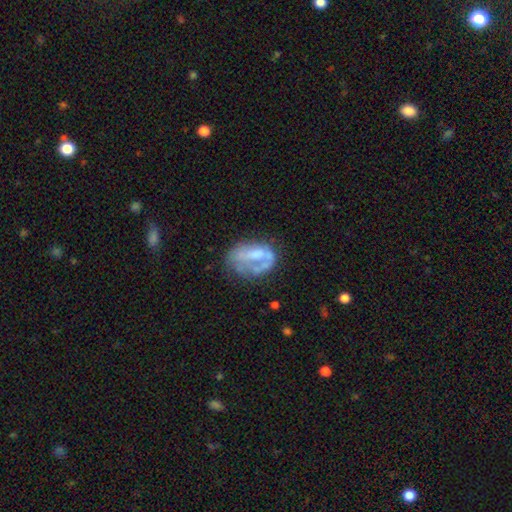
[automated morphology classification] featured or disk 53%, smooth 37%, star or artifact 9%. Down the decision tree: edge-on disk — no (97%); bar — no (62%); spiral arms — no (67%); bulge size — none (42%); merging — none (38%).